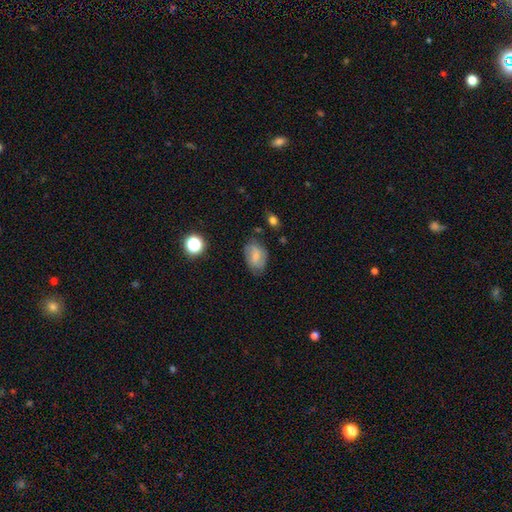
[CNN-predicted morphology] Smooth or featured? smooth (72%)
How rounded? in between (84%)
Merging? none (72%)